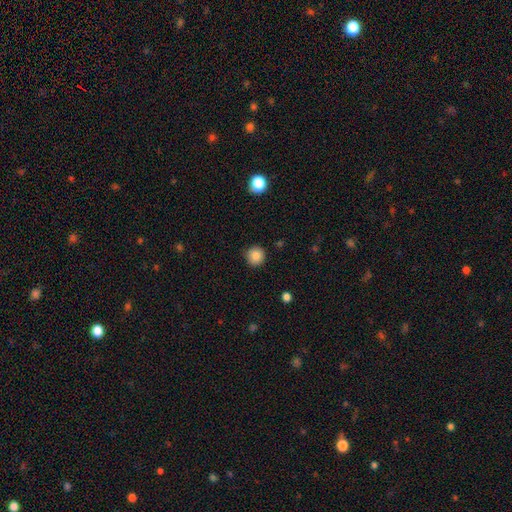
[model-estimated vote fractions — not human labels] This is clearly a smooth galaxy (85%). How rounded: clearly round (93%). Merging: clearly none (89%).